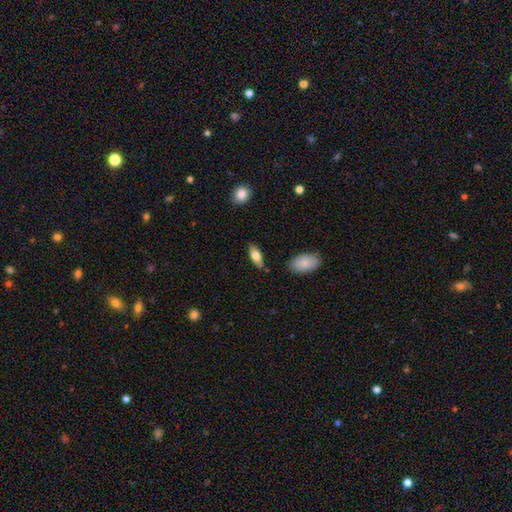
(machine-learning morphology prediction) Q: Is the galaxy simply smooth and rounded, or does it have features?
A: smooth — 67%.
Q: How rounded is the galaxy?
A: in between — 76%.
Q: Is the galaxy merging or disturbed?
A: none — 83%.